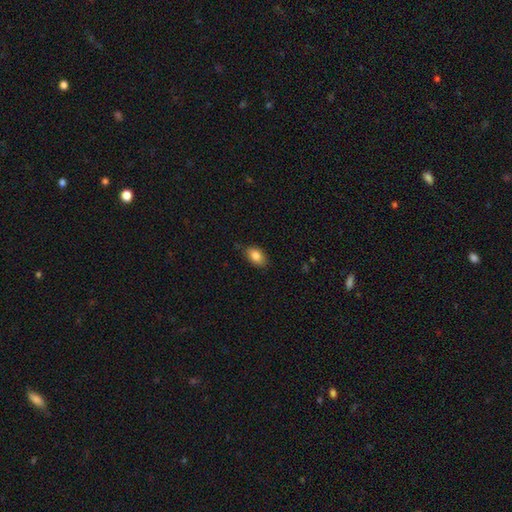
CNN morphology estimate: This appears to be a smooth galaxy with no disk features (84%) that is in between round and cigar-shaped (85%). Merging: none (79%).